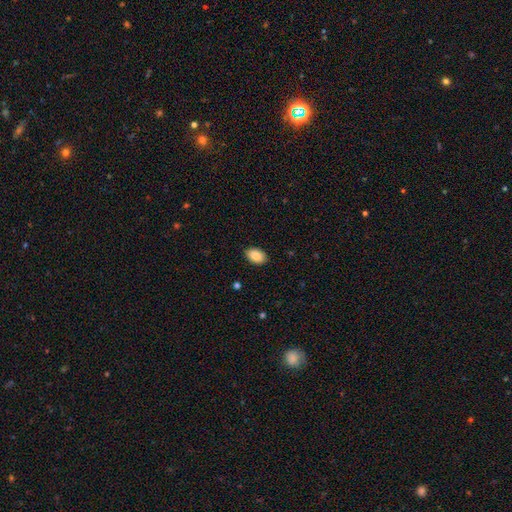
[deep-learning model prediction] smooth-or-featured: smooth: 88% | star or artifact: 7% | featured or disk: 5%
  how-rounded: in between: 88% | round: 11% | cigar-shaped: 1%
  merging: none: 88% | minor disturbance: 9% | major disturbance: 2% | merger: 1%